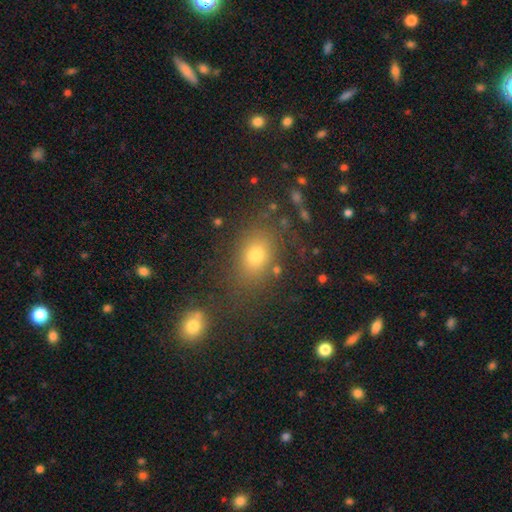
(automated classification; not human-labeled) Q: Smooth or featured?
A: smooth (70%); runner-up: star or artifact (19%)
Q: How rounded?
A: in between (65%); runner-up: round (33%)
Q: Merging?
A: none (76%); runner-up: minor disturbance (12%)